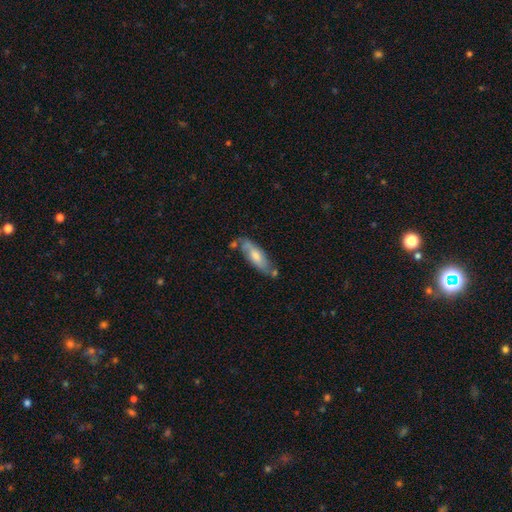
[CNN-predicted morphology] A smooth galaxy with no disk features (56%) that is in between round and cigar-shaped (51%). Merging: none (62%).